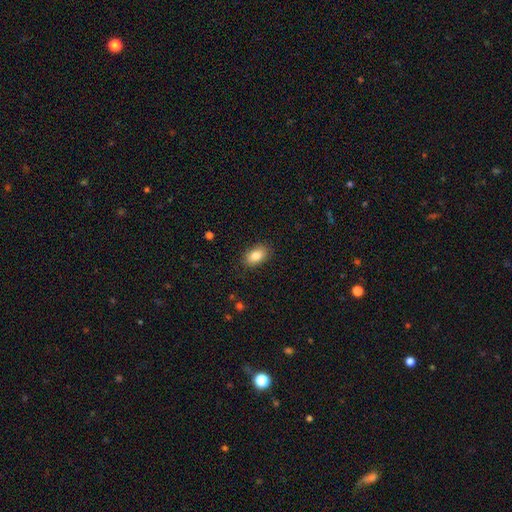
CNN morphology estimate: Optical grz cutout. It shows a smooth galaxy with no disk features (85%) that is in between round and cigar-shaped (87%). Merging: none (87%).